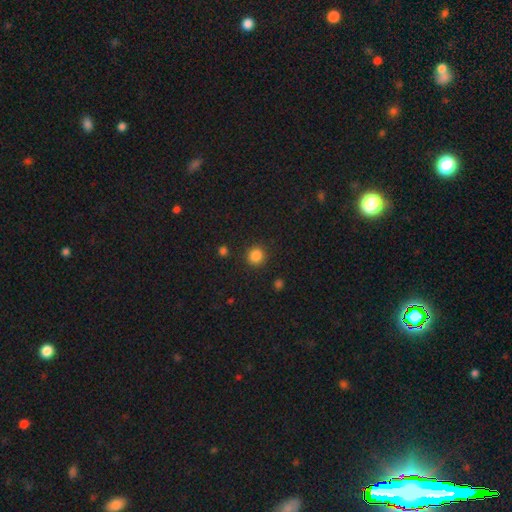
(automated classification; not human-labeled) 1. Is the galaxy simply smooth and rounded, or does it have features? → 85% smooth, 12% star or artifact, 4% featured or disk.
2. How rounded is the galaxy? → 91% round, 8% in between, 1% cigar-shaped.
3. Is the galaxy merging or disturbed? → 89% none, 6% minor disturbance, 3% major disturbance, 2% merger.